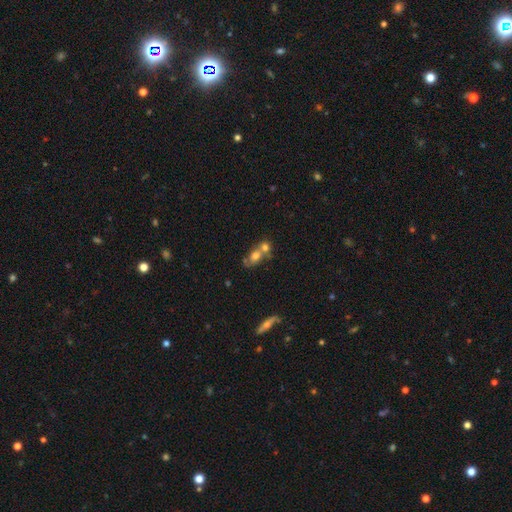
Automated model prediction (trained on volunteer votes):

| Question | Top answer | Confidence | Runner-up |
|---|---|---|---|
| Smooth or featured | smooth | 63% | featured or disk (25%) |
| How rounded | in between | 48% | round (47%) |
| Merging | merger | 61% | none (27%) |